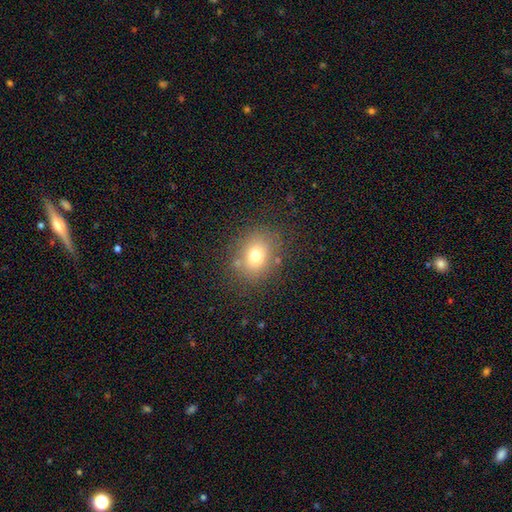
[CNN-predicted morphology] Q: Smooth or featured?
A: smooth (73%); runner-up: star or artifact (15%)
Q: How rounded?
A: round (56%); runner-up: in between (43%)
Q: Merging?
A: none (80%); runner-up: minor disturbance (12%)